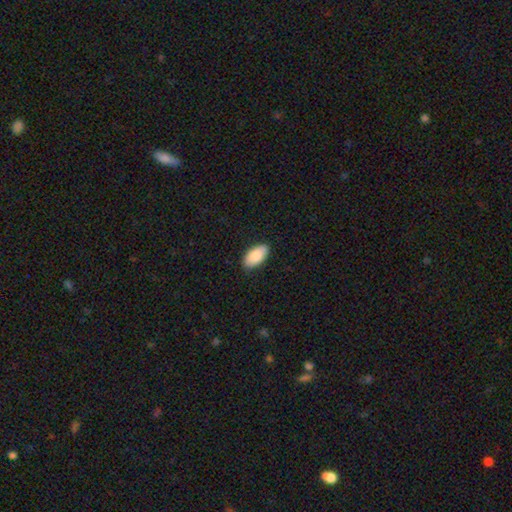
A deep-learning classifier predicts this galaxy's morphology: Smooth or featured? smooth (86%)
How rounded? in between (95%)
Merging? none (88%)